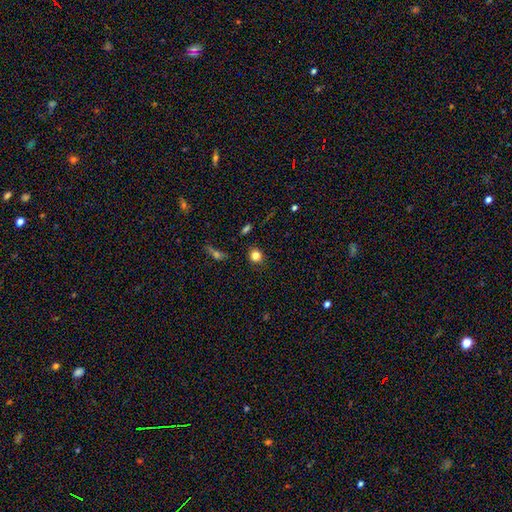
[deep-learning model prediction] A smooth galaxy with no disk features (81%) that is round (84%). Merging: none (87%).